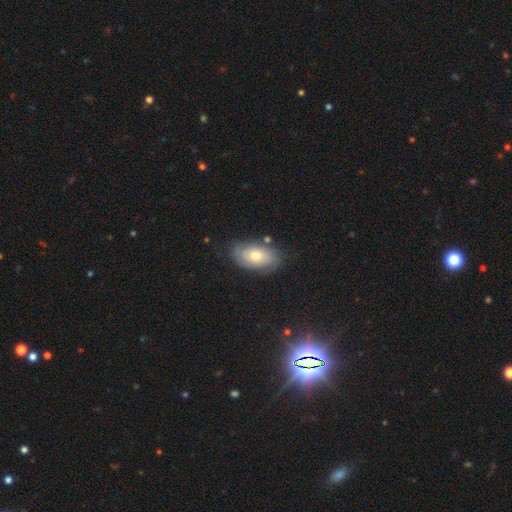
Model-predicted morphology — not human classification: smooth_or_featured: smooth (p=0.49) [alt: featured or disk p=0.42]
merging: none (p=0.75) [alt: minor disturbance p=0.18]